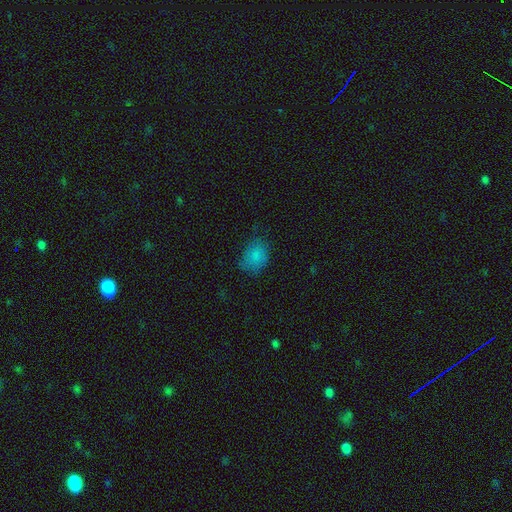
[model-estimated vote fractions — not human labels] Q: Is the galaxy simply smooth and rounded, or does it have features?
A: smooth — 80%.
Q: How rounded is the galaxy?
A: in between — 64%.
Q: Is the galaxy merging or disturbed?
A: none — 58%.